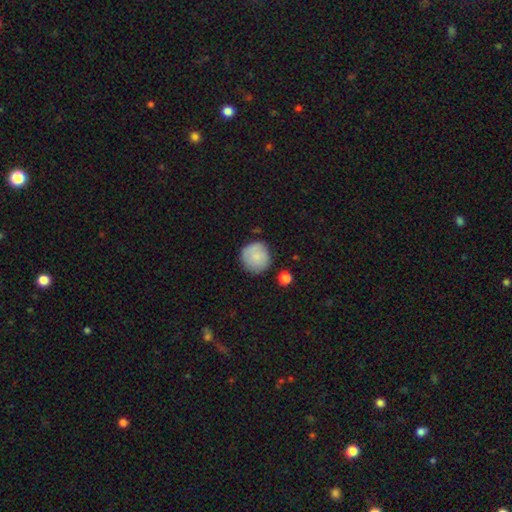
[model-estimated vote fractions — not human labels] Overall: smooth (79%). How rounded: round (93%). Merging: none (76%).